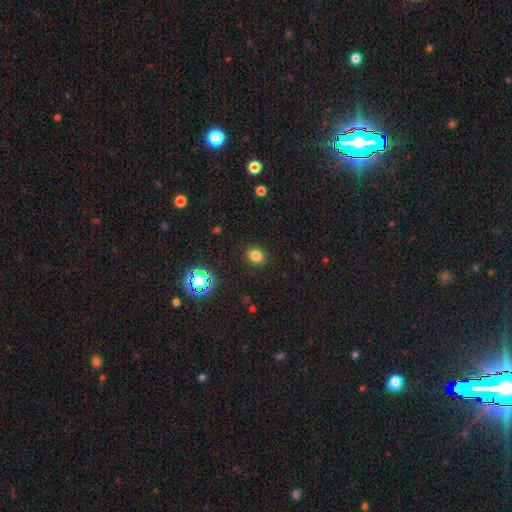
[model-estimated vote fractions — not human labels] smooth_or_featured: smooth (p=0.79) [alt: star or artifact p=0.16]
how_rounded: round (p=0.79) [alt: in between p=0.20]
merging: none (p=0.90) [alt: minor disturbance p=0.07]